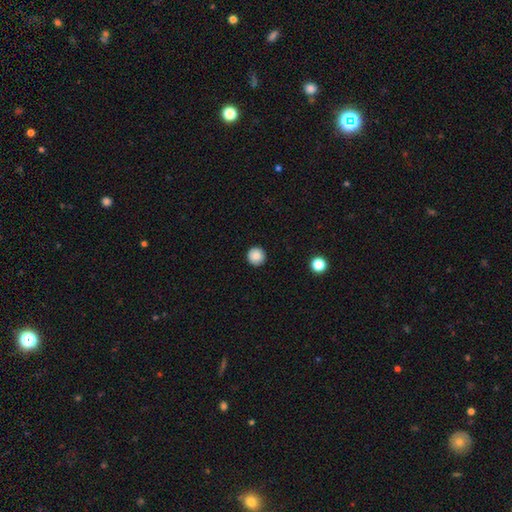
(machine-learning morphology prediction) smooth_or_featured: smooth (p=0.88) [alt: star or artifact p=0.09]
how_rounded: round (p=0.96) [alt: in between p=0.03]
merging: none (p=0.93) [alt: minor disturbance p=0.05]